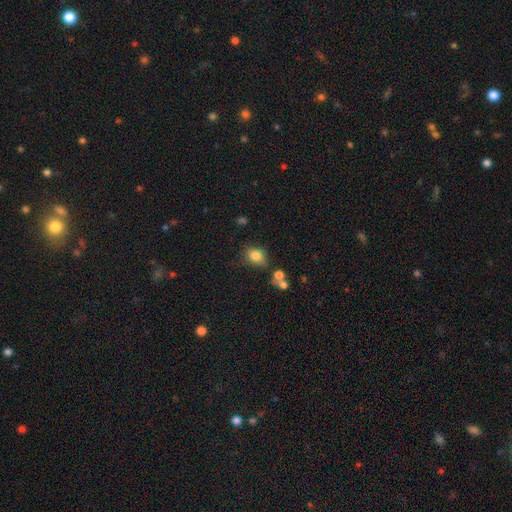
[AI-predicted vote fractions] smooth-or-featured: smooth: 81% | star or artifact: 11% | featured or disk: 8%
  how-rounded: in between: 52% | round: 47% | cigar-shaped: 1%
  merging: none: 62% | minor disturbance: 22% | merger: 9% | major disturbance: 8%